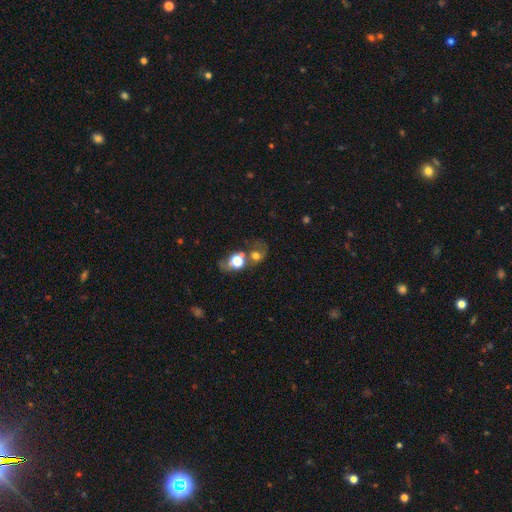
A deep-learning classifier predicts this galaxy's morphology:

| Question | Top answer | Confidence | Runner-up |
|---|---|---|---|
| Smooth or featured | smooth | 55% | featured or disk (23%) |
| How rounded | round | 64% | in between (34%) |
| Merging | merger | 44% | none (31%) |